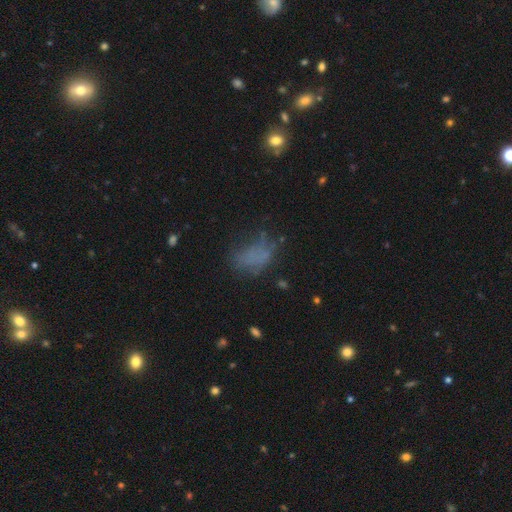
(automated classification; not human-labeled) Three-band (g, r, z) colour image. It shows a smooth galaxy with no disk features (57%) that is in between round and cigar-shaped (81%). Merging: none (41%).